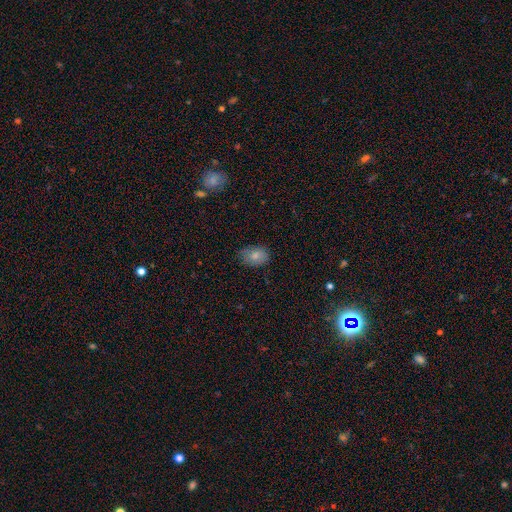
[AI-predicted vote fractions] This appears to be a smooth galaxy with no disk features (80%) that is in between round and cigar-shaped (79%). Merging: none (73%).